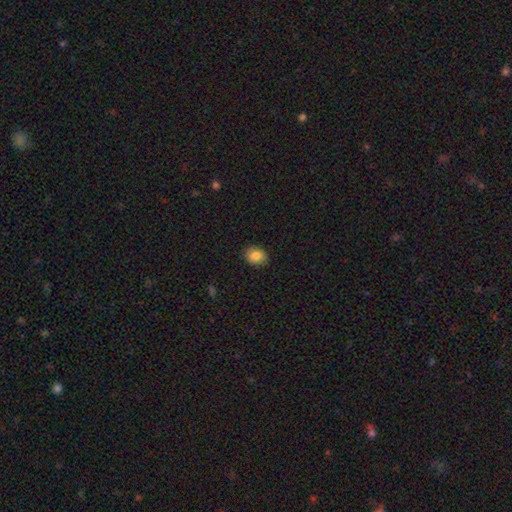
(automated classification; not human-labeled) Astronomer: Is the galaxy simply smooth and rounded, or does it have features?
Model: smooth — 86%.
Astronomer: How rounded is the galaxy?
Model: round — 54% (runner-up: in between, 45%).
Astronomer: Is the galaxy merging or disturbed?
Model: none — 87%.